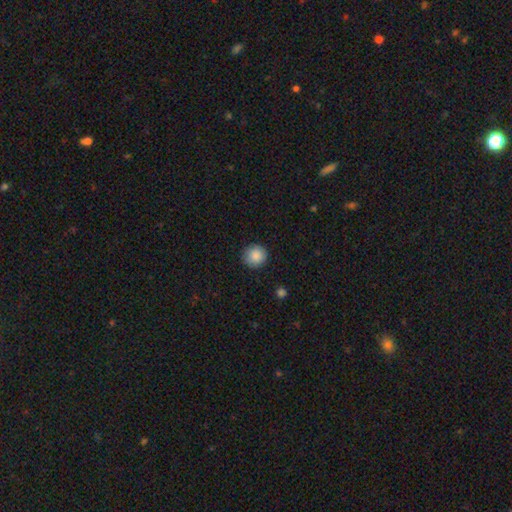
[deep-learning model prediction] A smooth galaxy with no disk features (88%) that is round (93%). Merging: none (90%).